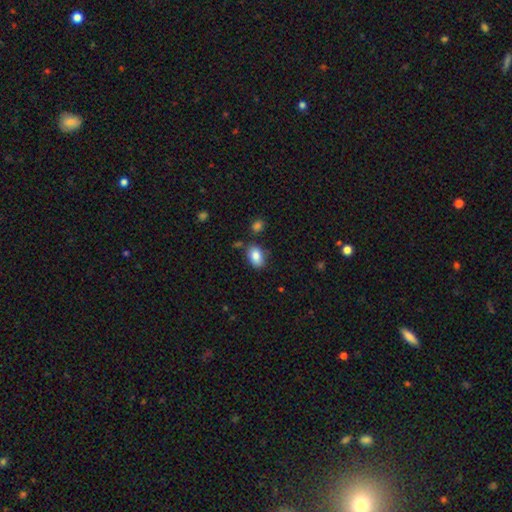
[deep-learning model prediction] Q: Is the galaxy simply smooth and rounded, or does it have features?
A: smooth — 86%.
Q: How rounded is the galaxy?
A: in between — 89%.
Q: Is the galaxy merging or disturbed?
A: none — 77%.